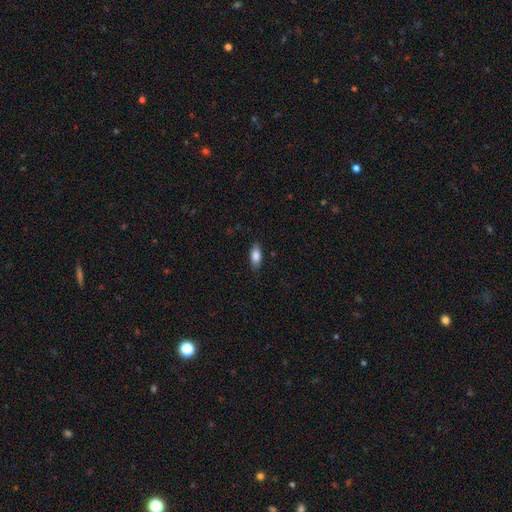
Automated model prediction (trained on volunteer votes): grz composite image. It shows a smooth galaxy with no disk features (85%) that is in between round and cigar-shaped (84%). Merging: none (85%).